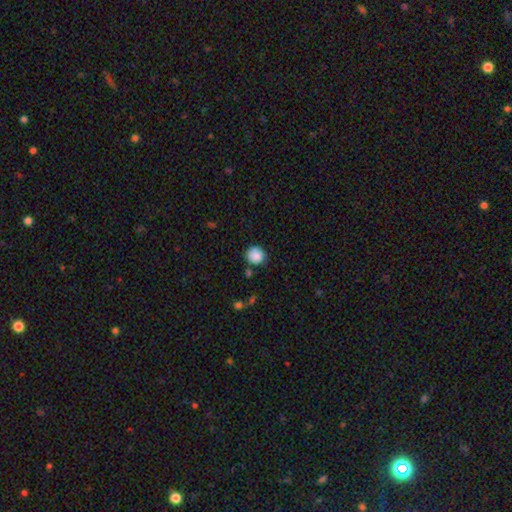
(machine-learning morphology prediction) smooth_or_featured: smooth (p=0.87) [alt: star or artifact p=0.09]
how_rounded: round (p=0.85) [alt: in between p=0.15]
merging: none (p=0.74) [alt: minor disturbance p=0.18]